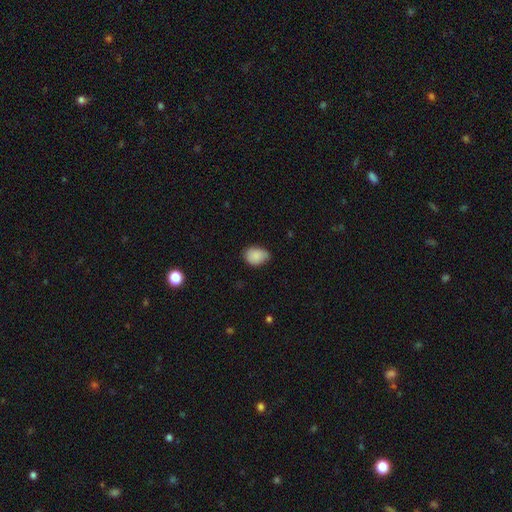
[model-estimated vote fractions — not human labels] This appears to be a smooth galaxy with no disk features (86%) that is in between round and cigar-shaped (73%). Merging: none (60%).